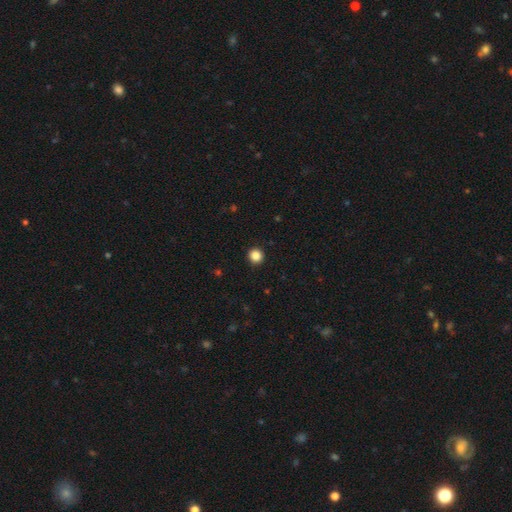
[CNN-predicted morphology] The model was most divided on "smooth or featured": smooth: 86%, star or artifact: 11%, featured or disk: 3%. More confident: how rounded — round (94%); merging — none (93%).